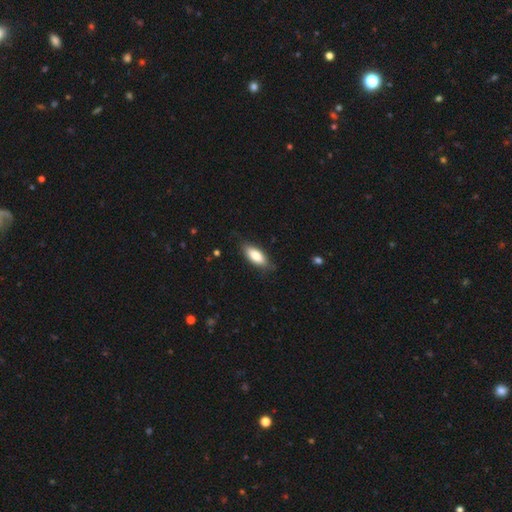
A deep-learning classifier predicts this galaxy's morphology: This appears to be a smooth galaxy with no disk features (81%) that is in between round and cigar-shaped (79%). Merging: none (82%).